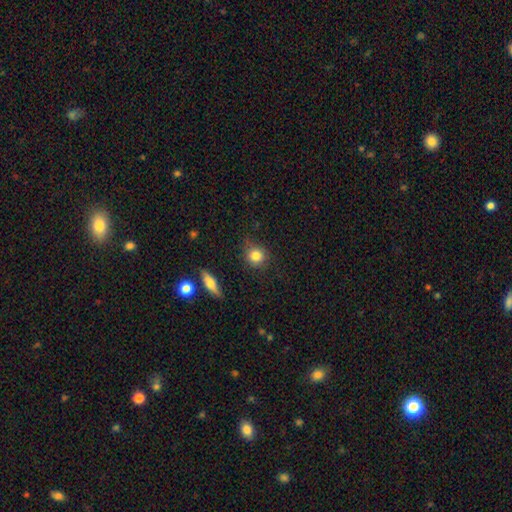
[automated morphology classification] Smooth or featured? Predicted: smooth (p=0.83). How rounded? Predicted: round (p=0.80). Merging? Predicted: none (p=0.74).